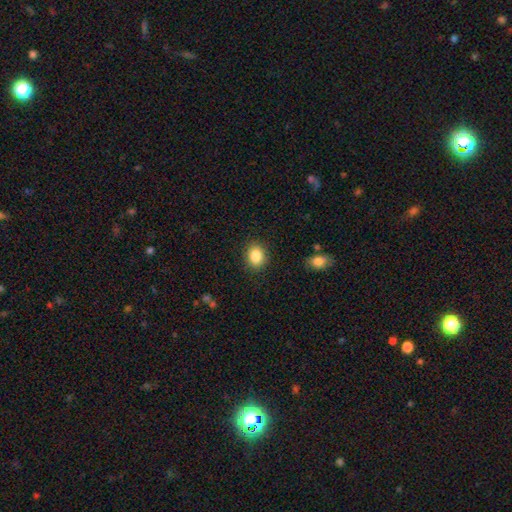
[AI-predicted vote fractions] smooth 86%, star or artifact 9%, featured or disk 5%. Down the decision tree: how rounded — round (53%); merging — none (88%).